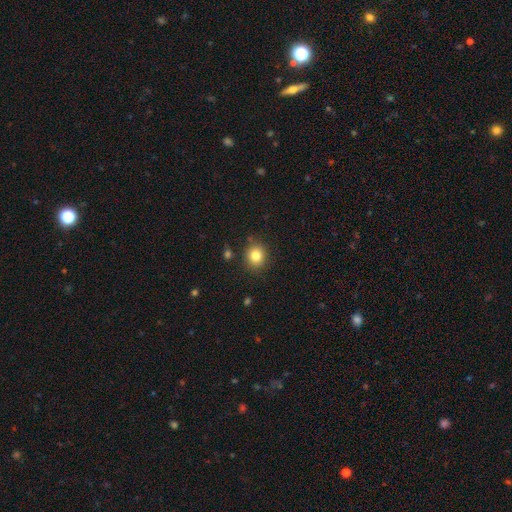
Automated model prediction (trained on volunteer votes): Overall: smooth (82%). How rounded: round (80%). Merging: none (87%).